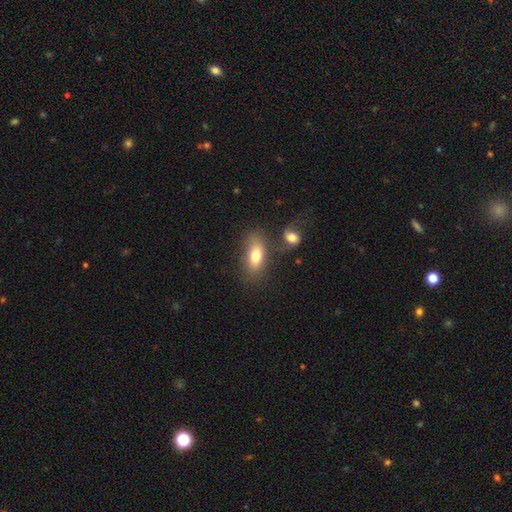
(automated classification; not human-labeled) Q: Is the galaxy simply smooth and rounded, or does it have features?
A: smooth — 74%.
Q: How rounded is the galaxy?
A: in between — 86%.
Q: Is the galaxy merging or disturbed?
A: none — 60%.